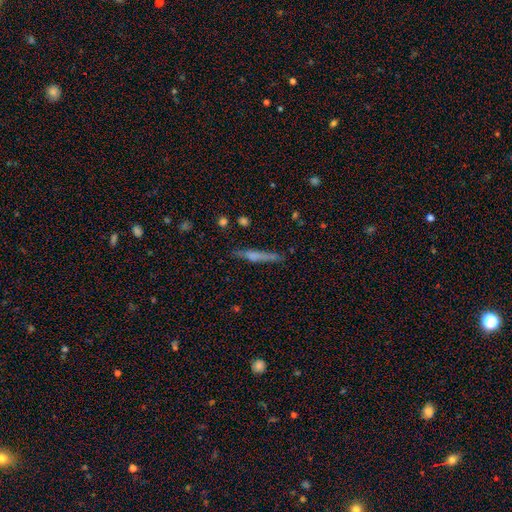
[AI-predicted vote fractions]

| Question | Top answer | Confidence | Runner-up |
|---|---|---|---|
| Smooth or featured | smooth | 46% | featured or disk (45%) |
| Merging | none | 78% | minor disturbance (15%) |